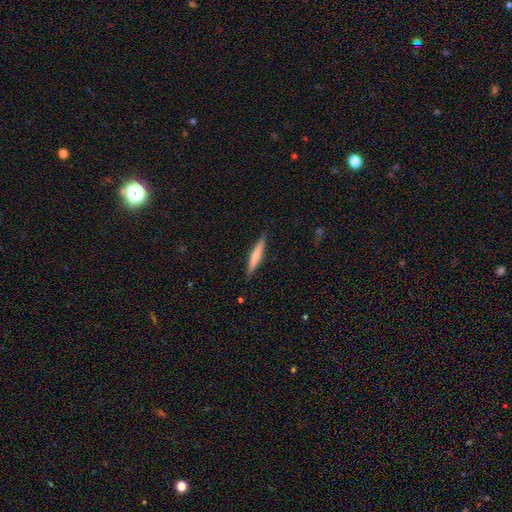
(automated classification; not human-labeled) smooth_or_featured: smooth (p=0.63) [alt: featured or disk p=0.31]
how_rounded: cigar-shaped (p=0.93) [alt: in between p=0.06]
merging: none (p=0.89) [alt: minor disturbance p=0.08]